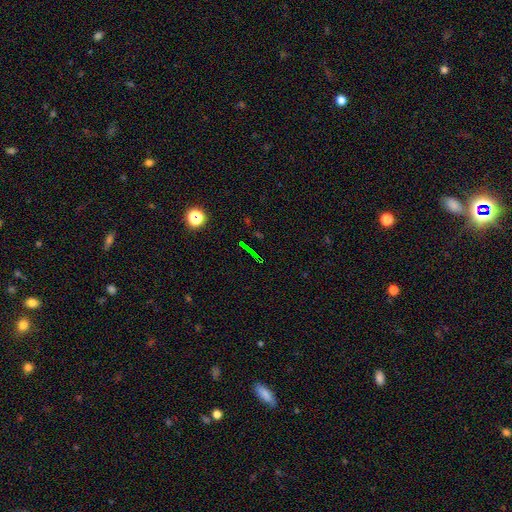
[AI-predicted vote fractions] Morphology: type=star or artifact (63%).